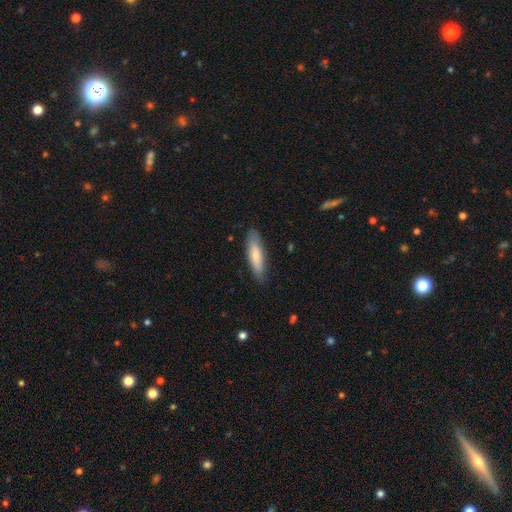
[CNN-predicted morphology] Smooth or featured? Predicted: smooth (p=0.77). How rounded? Predicted: cigar-shaped (p=0.62). Merging? Predicted: none (p=0.83).